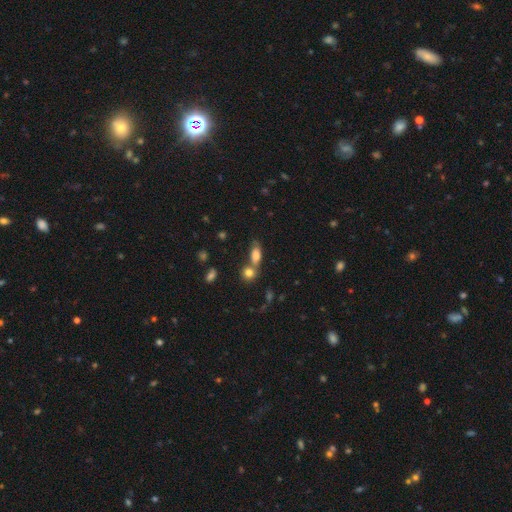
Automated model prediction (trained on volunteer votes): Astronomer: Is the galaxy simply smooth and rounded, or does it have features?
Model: smooth — 79%.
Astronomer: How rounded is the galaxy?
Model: in between — 78%.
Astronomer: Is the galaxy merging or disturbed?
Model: none — 43% (runner-up: merger, 37%).